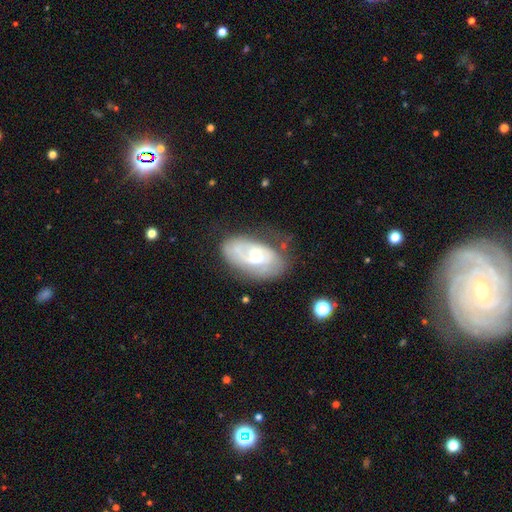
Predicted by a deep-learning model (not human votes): Q: Smooth or featured?
A: featured or disk (68%); runner-up: smooth (26%)
Q: Edge-on disk?
A: no (94%); runner-up: yes (6%)
Q: Bar?
A: no (68%); runner-up: weak (25%)
Q: Spiral arms?
A: yes (69%); runner-up: no (31%)
Q: Bulge size?
A: small (52%); runner-up: moderate (44%)
Q: Merging?
A: none (55%); runner-up: minor disturbance (27%)